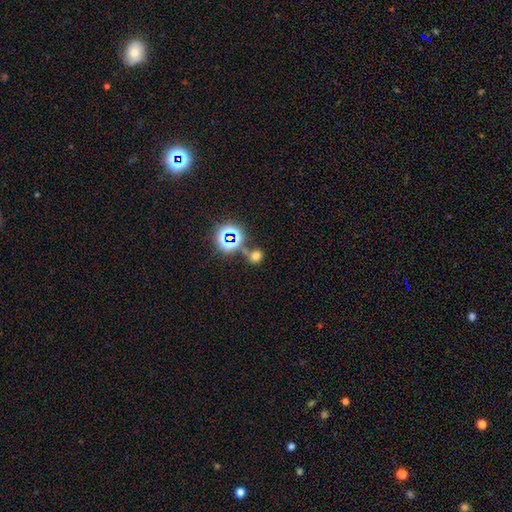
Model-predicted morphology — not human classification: Q: Smooth or featured?
A: smooth (61%); runner-up: star or artifact (31%)
Q: How rounded?
A: round (72%); runner-up: in between (26%)
Q: Merging?
A: none (65%); runner-up: merger (16%)